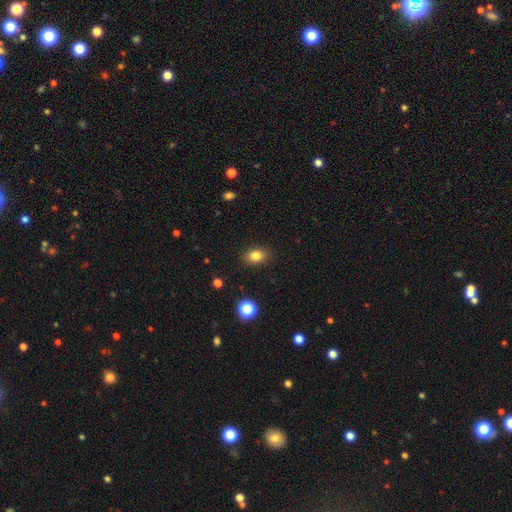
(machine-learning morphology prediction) smooth-or-featured: smooth: 82% | star or artifact: 11% | featured or disk: 7%
  how-rounded: in between: 71% | round: 28% | cigar-shaped: 1%
  merging: none: 88% | minor disturbance: 8% | major disturbance: 2% | merger: 1%